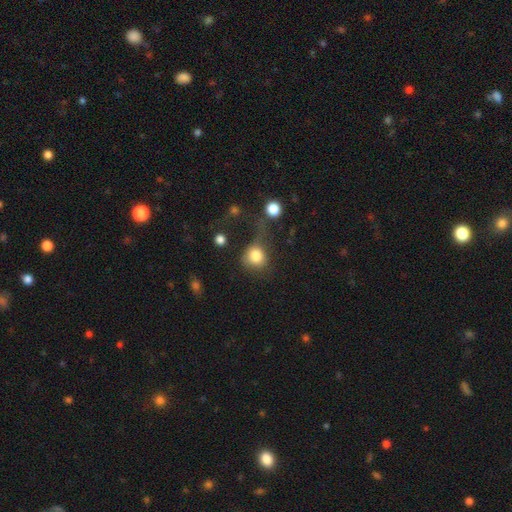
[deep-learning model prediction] Morphology: type=smooth (81%); roundness=round (79%); merging=none (41%).